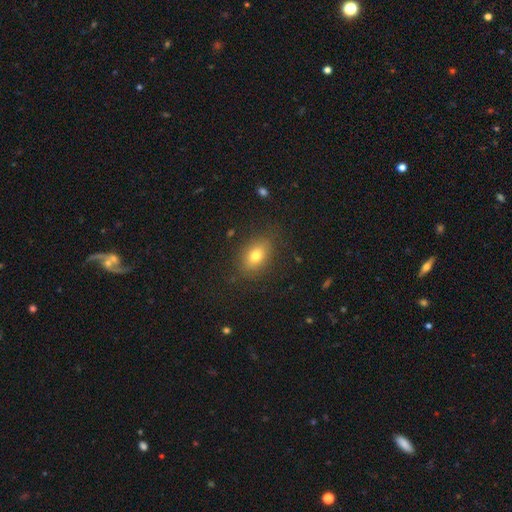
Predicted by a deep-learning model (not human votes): Smooth or featured? Predicted: smooth (p=0.76). How rounded? Predicted: in between (p=0.82). Merging? Predicted: none (p=0.83).